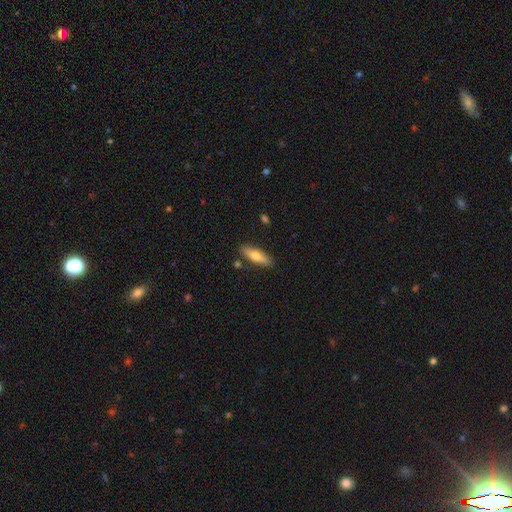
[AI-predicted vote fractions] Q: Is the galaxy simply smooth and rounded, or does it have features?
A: smooth — 65%.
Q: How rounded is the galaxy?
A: cigar-shaped — 55%.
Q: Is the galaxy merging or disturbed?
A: none — 85%.